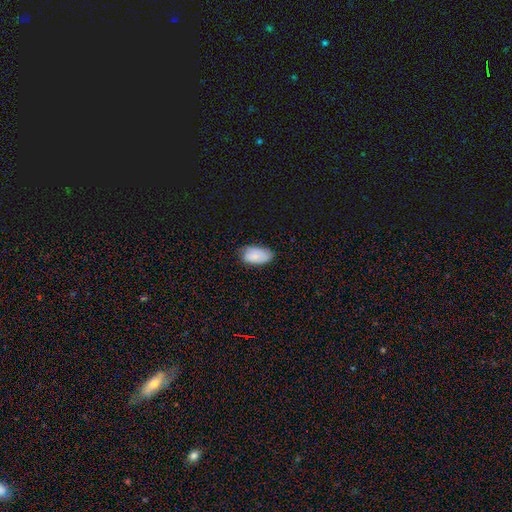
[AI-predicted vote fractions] Smooth or featured: smooth — 80% (featured or disk — 13%)
How rounded: in between — 94% (round — 4%)
Merging: none — 66% (minor disturbance — 27%)